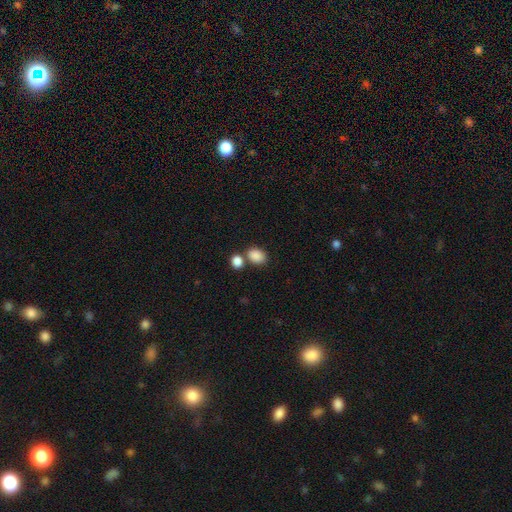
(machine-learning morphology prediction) Overall: smooth (87%). How rounded: in between (70%). Merging: none (59%; merger 26%).